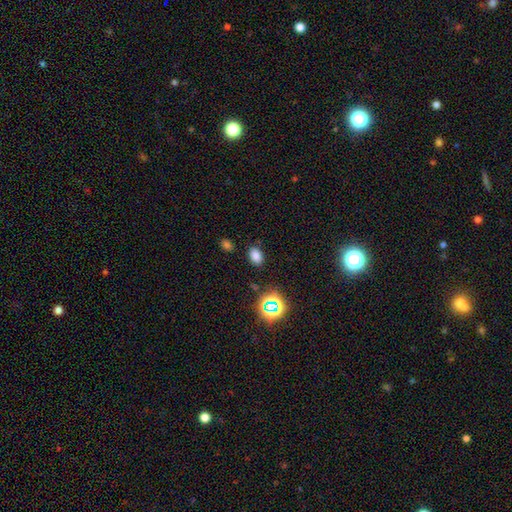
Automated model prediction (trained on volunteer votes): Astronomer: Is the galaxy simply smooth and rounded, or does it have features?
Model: smooth — 76%.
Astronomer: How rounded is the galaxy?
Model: in between — 82%.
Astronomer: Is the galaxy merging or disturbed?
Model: none — 85%.